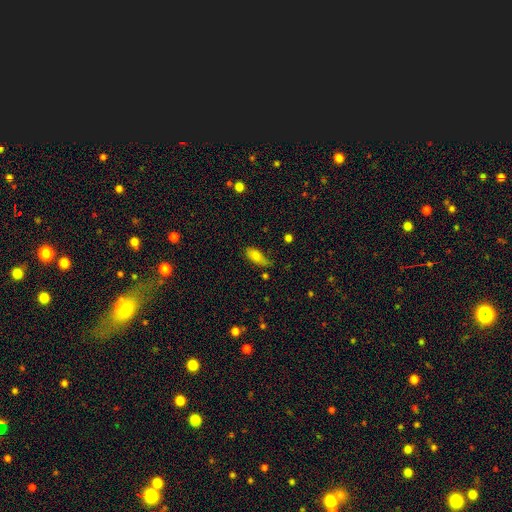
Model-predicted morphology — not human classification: Smooth or featured?
  - smooth: 80% *
  - featured or disk: 11%
  - star or artifact: 9%
How rounded?
  - in between: 83% *
  - cigar-shaped: 13%
  - round: 4%
Merging?
  - none: 46% *
  - minor disturbance: 37%
  - major disturbance: 12%
  - merger: 4%